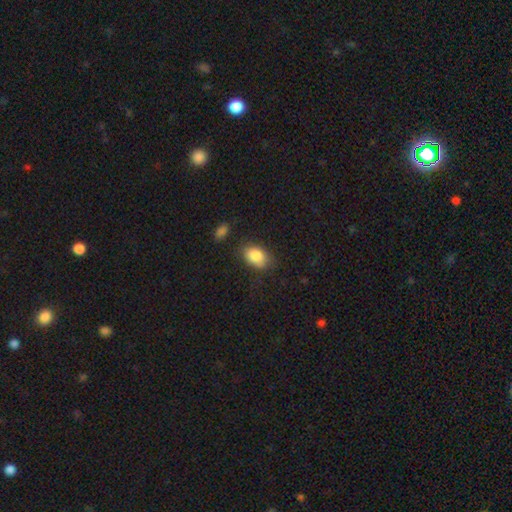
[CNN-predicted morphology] type=smooth (86%); roundness=in between (82%); merging=none (74%).